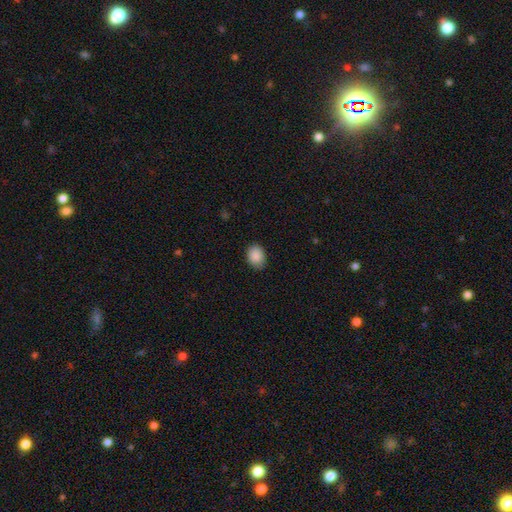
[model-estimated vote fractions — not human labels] smooth 89%, star or artifact 8%, featured or disk 3%. Down the decision tree: how rounded — in between (62%); merging — none (84%).